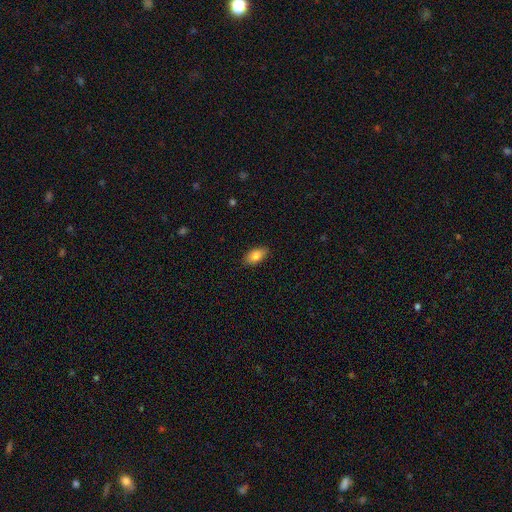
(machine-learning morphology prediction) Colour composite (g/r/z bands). It shows a smooth galaxy with no disk features (84%) that is in between round and cigar-shaped (91%). Merging: none (87%).